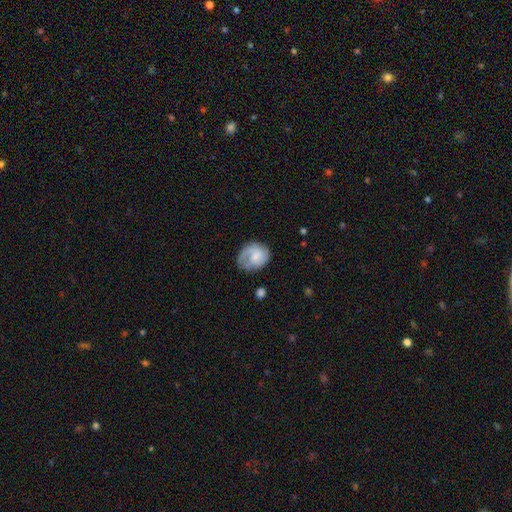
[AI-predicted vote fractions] Smooth or featured?
  - featured or disk: 47% *
  - smooth: 46%
  - star or artifact: 7%
Merging?
  - none: 55% *
  - minor disturbance: 26%
  - major disturbance: 17%
  - merger: 2%